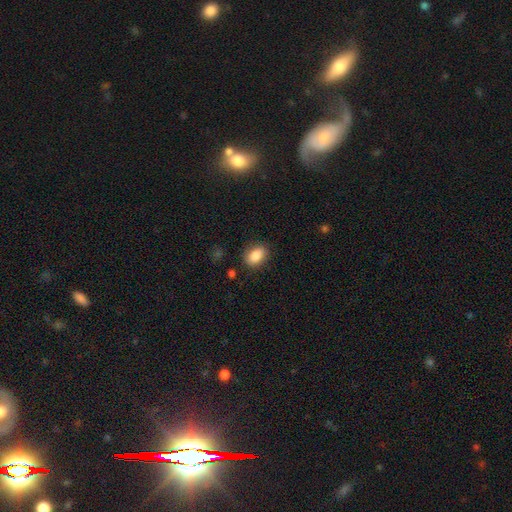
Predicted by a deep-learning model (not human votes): Overall: smooth (86%). How rounded: in between (81%). Merging: none (84%).